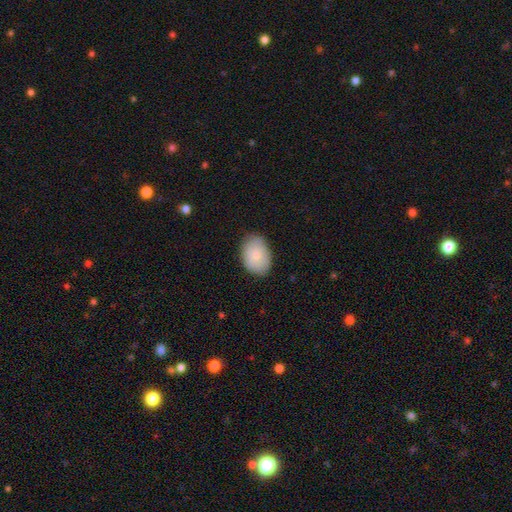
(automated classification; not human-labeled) Smooth or featured?
  - smooth: 77% *
  - featured or disk: 16%
  - star or artifact: 6%
How rounded?
  - in between: 75% *
  - round: 24%
  - cigar-shaped: 1%
Merging?
  - none: 77% *
  - minor disturbance: 18%
  - major disturbance: 4%
  - merger: 1%